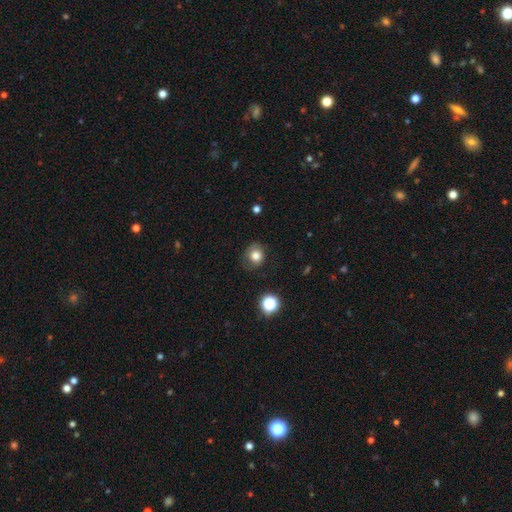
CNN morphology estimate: smooth-or-featured: smooth: 77% | featured or disk: 12% | star or artifact: 11%
  how-rounded: round: 75% | in between: 25% | cigar-shaped: 1%
  merging: none: 72% | minor disturbance: 19% | major disturbance: 7% | merger: 2%